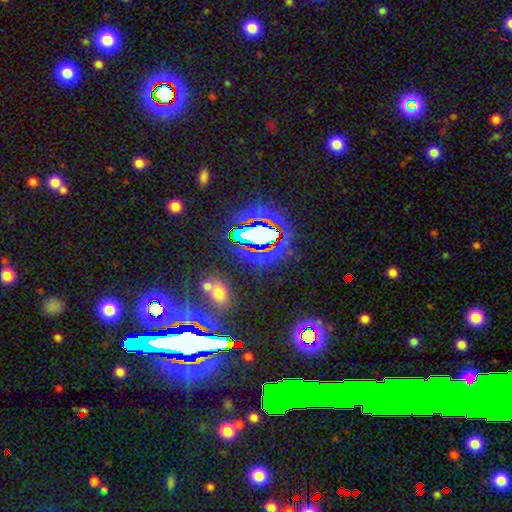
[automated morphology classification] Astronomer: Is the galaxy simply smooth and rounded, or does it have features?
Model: star or artifact — 76%.